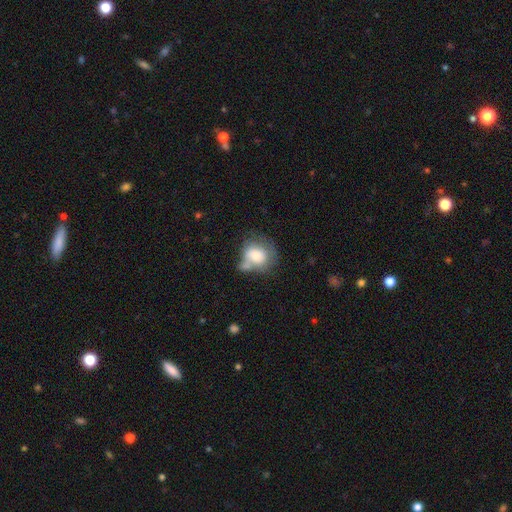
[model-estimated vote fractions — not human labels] Smooth or featured? Predicted: smooth (p=0.73). How rounded? Predicted: round (p=0.58). Merging? Predicted: none (p=0.31).